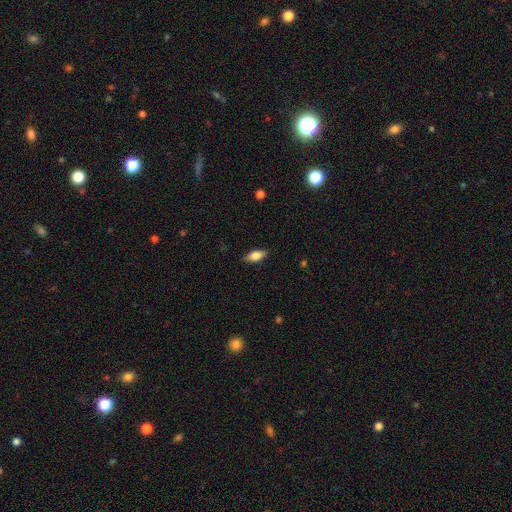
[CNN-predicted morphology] A smooth galaxy with no disk features (68%) that is in between round and cigar-shaped (77%). Merging: none (86%).